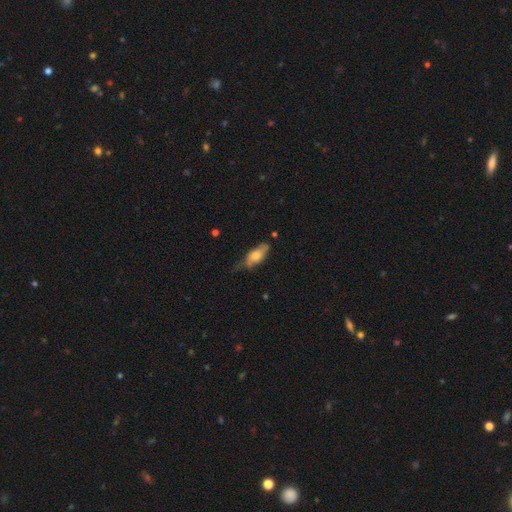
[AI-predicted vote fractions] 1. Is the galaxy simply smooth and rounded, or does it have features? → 60% smooth, 34% featured or disk, 6% star or artifact.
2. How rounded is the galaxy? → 74% in between, 23% cigar-shaped, 3% round.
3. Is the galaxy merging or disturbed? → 49% none, 37% minor disturbance, 11% major disturbance, 3% merger.